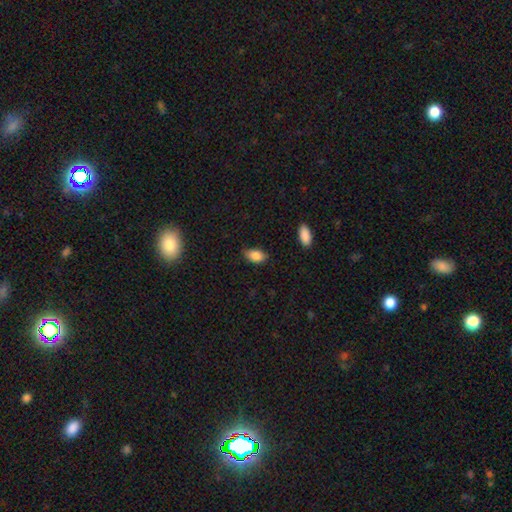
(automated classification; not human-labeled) smooth-or-featured: smooth: 87% | star or artifact: 8% | featured or disk: 6%
  how-rounded: in between: 91% | round: 6% | cigar-shaped: 3%
  merging: none: 78% | minor disturbance: 18% | major disturbance: 3% | merger: 2%